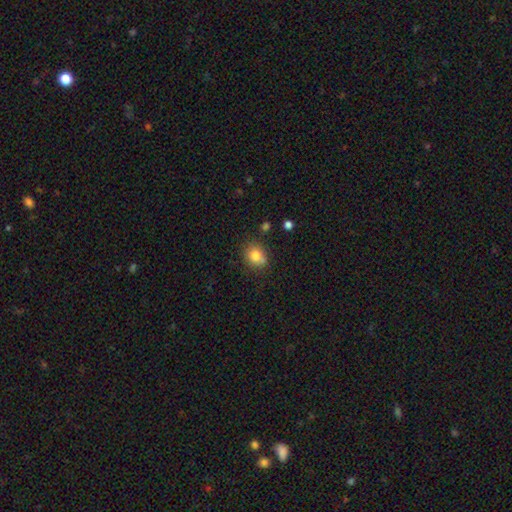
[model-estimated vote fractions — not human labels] Smooth or featured? Predicted: smooth (p=0.80). How rounded? Predicted: round (p=0.71). Merging? Predicted: none (p=0.67).